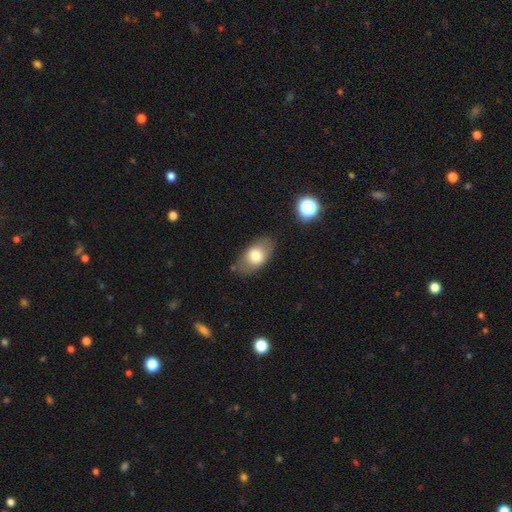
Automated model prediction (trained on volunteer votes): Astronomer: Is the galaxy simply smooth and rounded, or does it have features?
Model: smooth — 73%.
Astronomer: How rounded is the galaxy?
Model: in between — 89%.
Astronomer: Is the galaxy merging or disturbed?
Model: none — 77%.